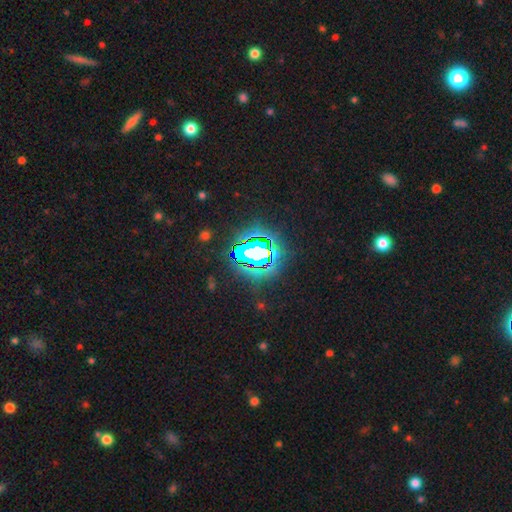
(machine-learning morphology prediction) smooth_or_featured: star or artifact (p=0.79) [alt: smooth p=0.12]